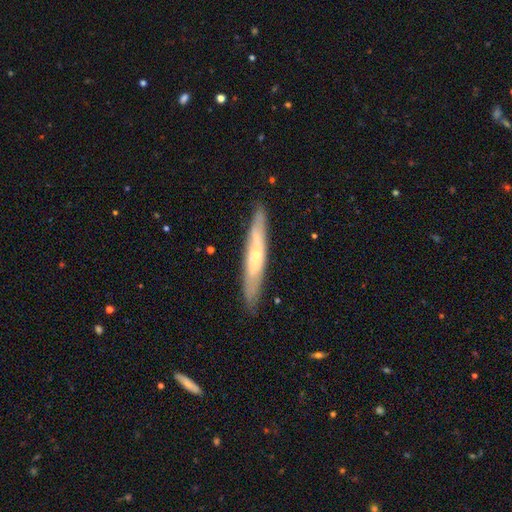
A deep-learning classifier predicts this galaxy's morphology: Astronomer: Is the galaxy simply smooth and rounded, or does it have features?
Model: featured or disk — 58% (runner-up: smooth, 36%).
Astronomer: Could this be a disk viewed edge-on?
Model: yes — 75%.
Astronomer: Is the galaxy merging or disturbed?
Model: none — 84%.